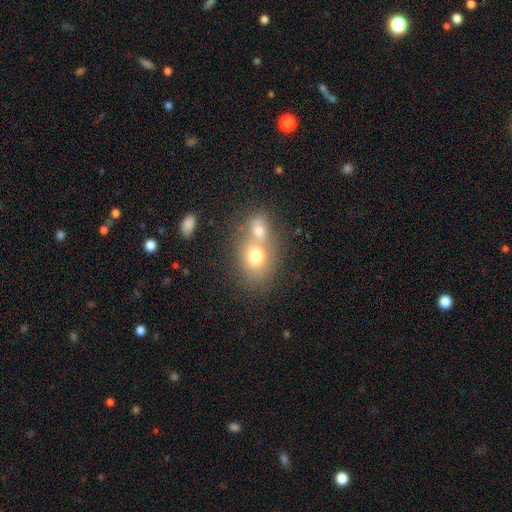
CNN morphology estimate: Smooth or featured: smooth — 71% (featured or disk — 19%)
How rounded: in between — 56% (round — 43%)
Merging: merger — 64% (none — 26%)